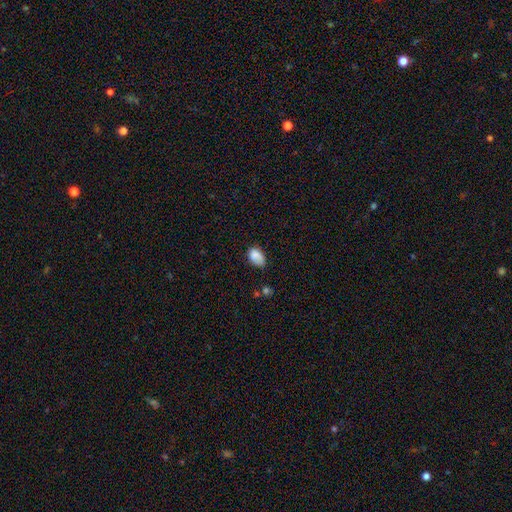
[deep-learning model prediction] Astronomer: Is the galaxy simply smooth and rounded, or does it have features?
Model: smooth — 82%.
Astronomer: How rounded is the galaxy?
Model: in between — 86%.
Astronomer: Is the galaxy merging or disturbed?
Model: none — 53% (runner-up: minor disturbance, 34%).